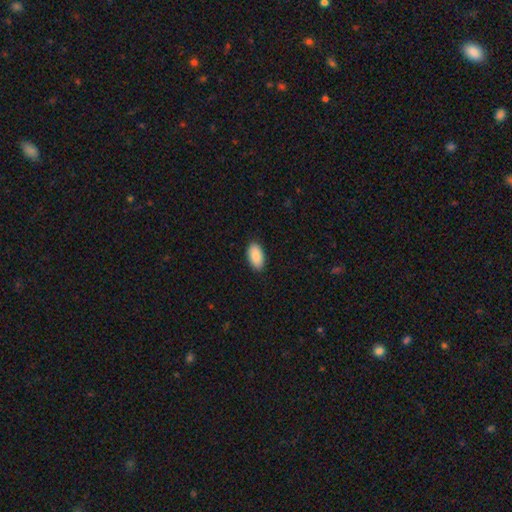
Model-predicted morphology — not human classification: Smooth or featured? smooth (89%)
How rounded? in between (95%)
Merging? none (89%)